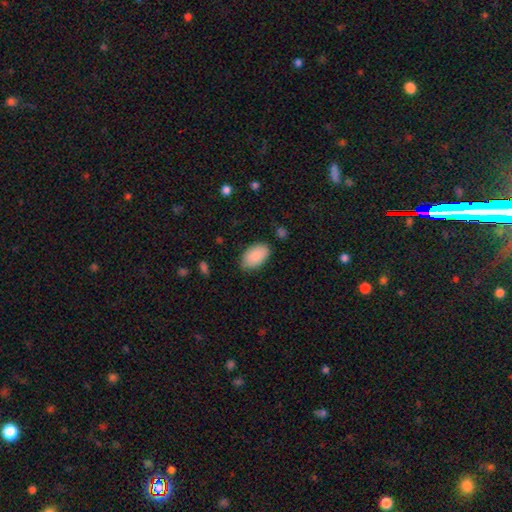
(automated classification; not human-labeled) Q: Smooth or featured?
A: smooth (88%); runner-up: star or artifact (6%)
Q: How rounded?
A: in between (94%); runner-up: round (4%)
Q: Merging?
A: none (79%); runner-up: minor disturbance (17%)